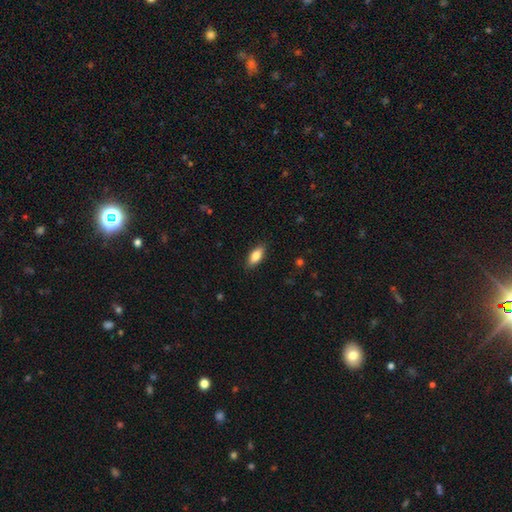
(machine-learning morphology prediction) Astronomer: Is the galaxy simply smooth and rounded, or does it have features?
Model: smooth — 79%.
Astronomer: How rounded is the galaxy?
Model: in between — 77%.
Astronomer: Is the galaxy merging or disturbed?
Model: none — 87%.